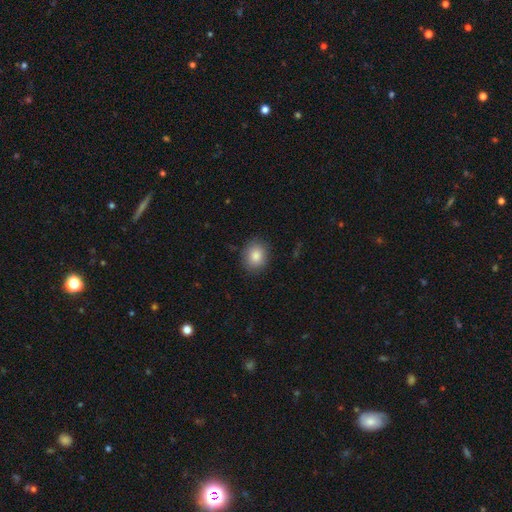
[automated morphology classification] smooth 85%, star or artifact 9%, featured or disk 6%. Down the decision tree: how rounded — round (72%); merging — none (87%).